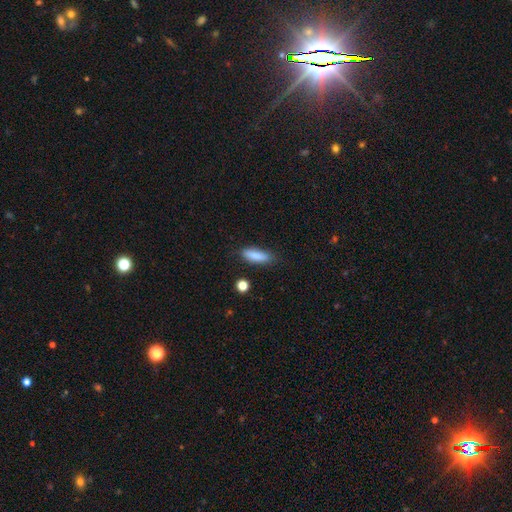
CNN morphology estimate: smooth 85%, featured or disk 7%, star or artifact 7%. Down the decision tree: how rounded — in between (50%); merging — none (78%).